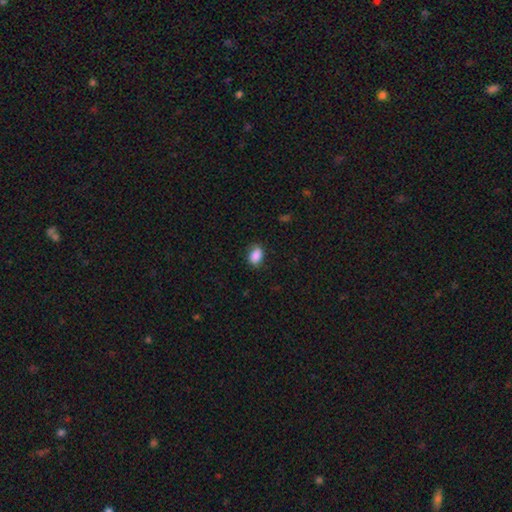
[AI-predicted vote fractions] The model was most divided on "how rounded": in between: 78%, round: 21%, cigar-shaped: 1%. More confident: smooth or featured — smooth (86%); merging — none (76%).